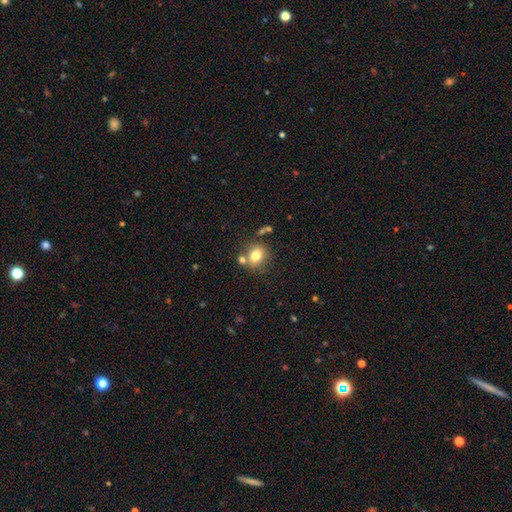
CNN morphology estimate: This is likely a smooth galaxy (77%). How rounded: likely round (72%). Merging: likely none (67%).